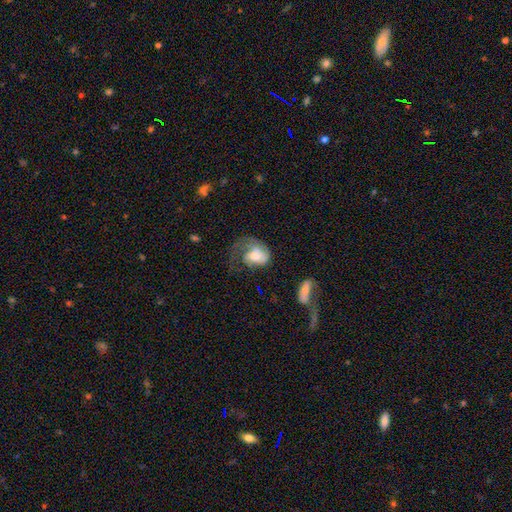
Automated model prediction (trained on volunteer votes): Smooth or featured: featured or disk — 53% (smooth — 41%)
Edge-on disk: no — 96% (yes — 4%)
Bar: no — 68% (weak — 26%)
Spiral arms: yes — 78% (no — 22%)
Bulge size: moderate — 50% (small — 23%)
Merging: major disturbance — 53% (none — 25%)